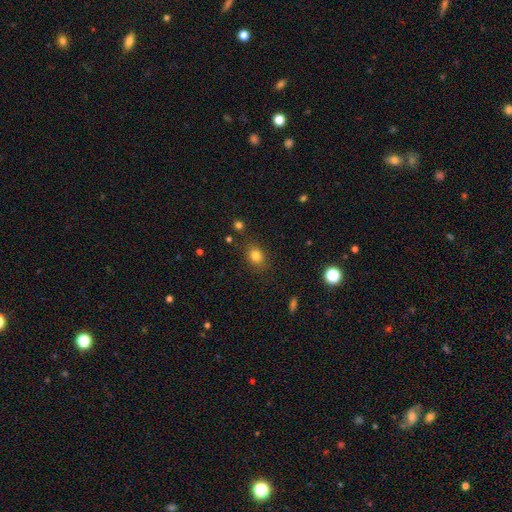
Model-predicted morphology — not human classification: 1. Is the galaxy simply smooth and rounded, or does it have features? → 81% smooth, 12% star or artifact, 7% featured or disk.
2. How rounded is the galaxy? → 52% in between, 47% round, 1% cigar-shaped.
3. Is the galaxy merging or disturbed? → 81% none, 13% minor disturbance, 4% major disturbance, 3% merger.